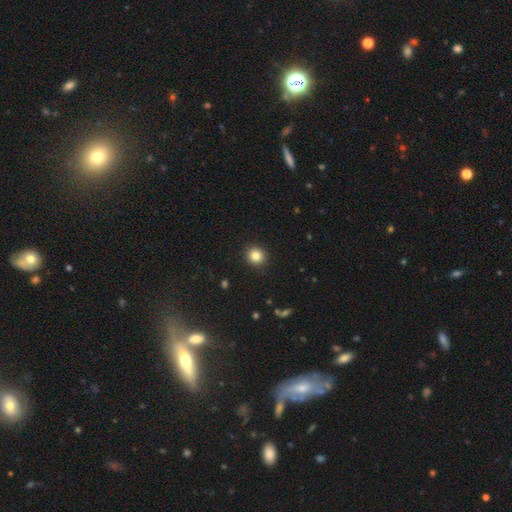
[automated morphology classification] Smooth or featured: smooth — 84% (star or artifact — 11%)
How rounded: round — 88% (in between — 11%)
Merging: none — 92% (minor disturbance — 6%)